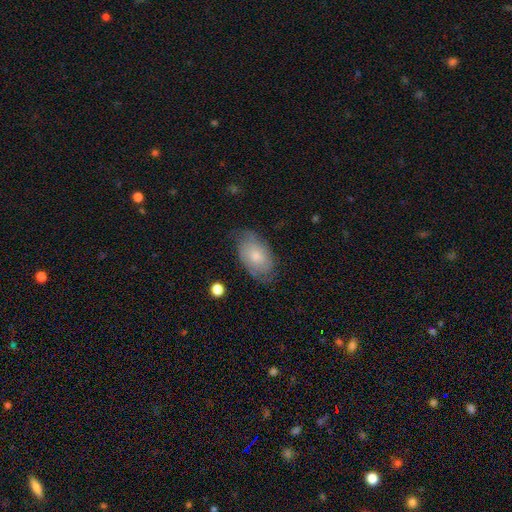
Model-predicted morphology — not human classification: smooth_or_featured: smooth (p=0.53) [alt: featured or disk p=0.40]
how_rounded: in between (p=0.91) [alt: round p=0.07]
merging: none (p=0.64) [alt: minor disturbance p=0.26]